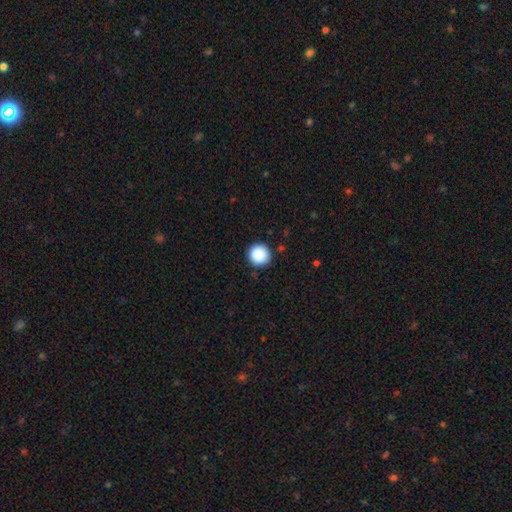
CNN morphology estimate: smooth 89%, star or artifact 8%, featured or disk 3%. Down the decision tree: how rounded — round (95%); merging — none (91%).